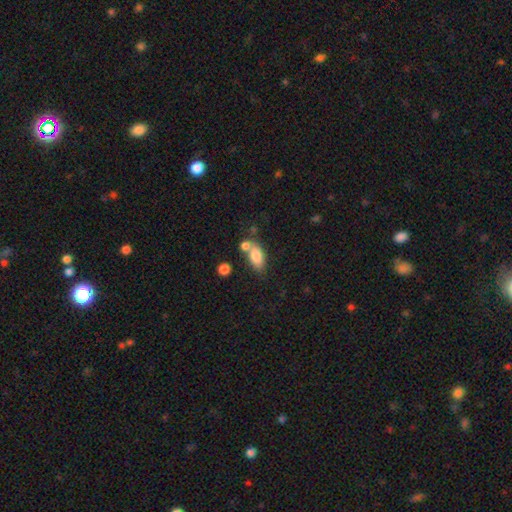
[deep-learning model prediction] smooth 81%, featured or disk 11%, star or artifact 8%. Down the decision tree: how rounded — in between (87%); merging — none (47%).